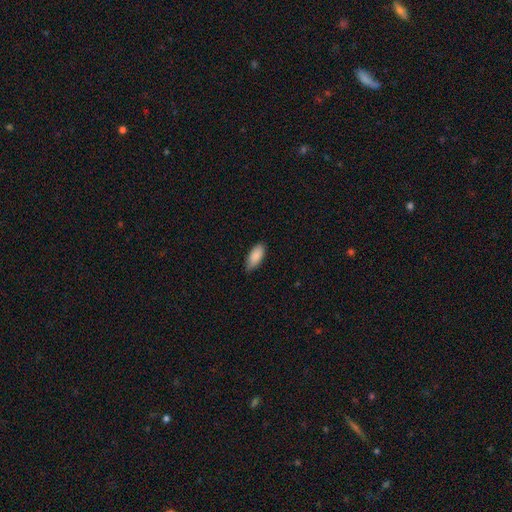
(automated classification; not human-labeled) The model was most divided on "merging": none: 79%, minor disturbance: 18%, major disturbance: 2%, merger: 1%. More confident: smooth or featured — smooth (89%); how rounded — in between (87%).